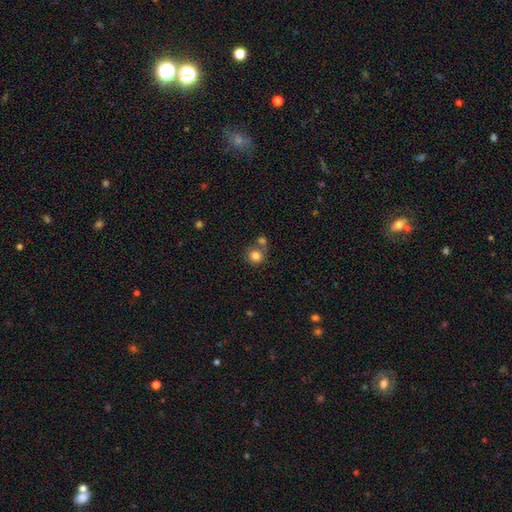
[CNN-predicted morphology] This is clearly a smooth galaxy (82%). How rounded: clearly round (86%). Merging: possibly none (54%).